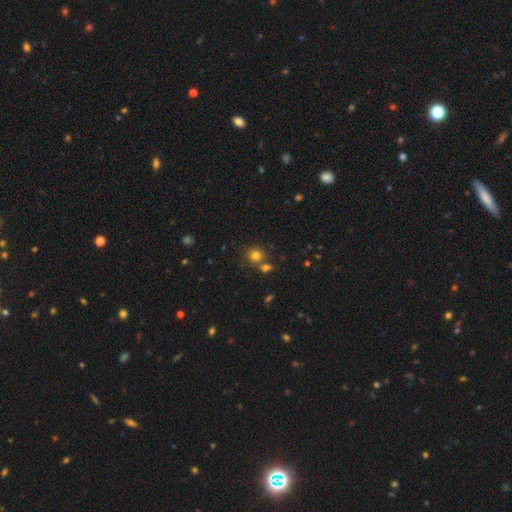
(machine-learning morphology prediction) A smooth galaxy with no disk features (78%) that is round (86%). Merging: none (67%).